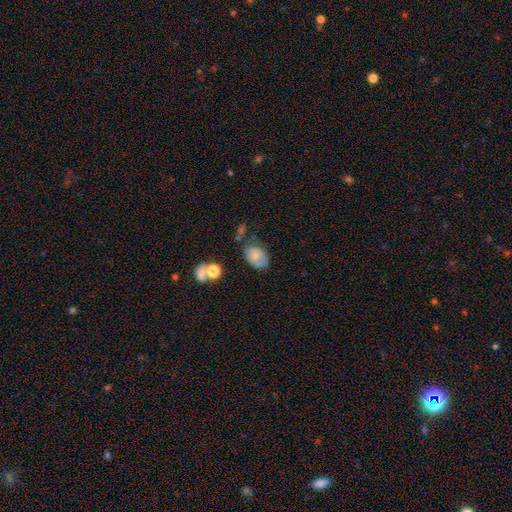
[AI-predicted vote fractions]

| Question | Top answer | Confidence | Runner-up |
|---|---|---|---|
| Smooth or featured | smooth | 68% | featured or disk (21%) |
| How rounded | in between | 78% | round (21%) |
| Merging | none | 47% | minor disturbance (29%) |